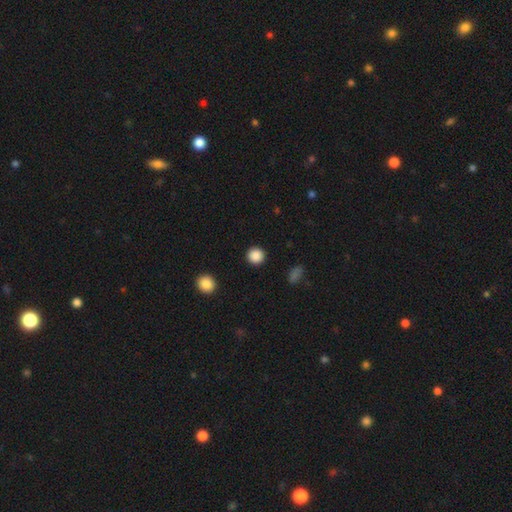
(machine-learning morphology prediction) Smooth or featured?
  - smooth: 88% *
  - star or artifact: 9%
  - featured or disk: 3%
How rounded?
  - round: 94% *
  - in between: 5%
  - cigar-shaped: 1%
Merging?
  - none: 92% *
  - minor disturbance: 4%
  - major disturbance: 2%
  - merger: 1%